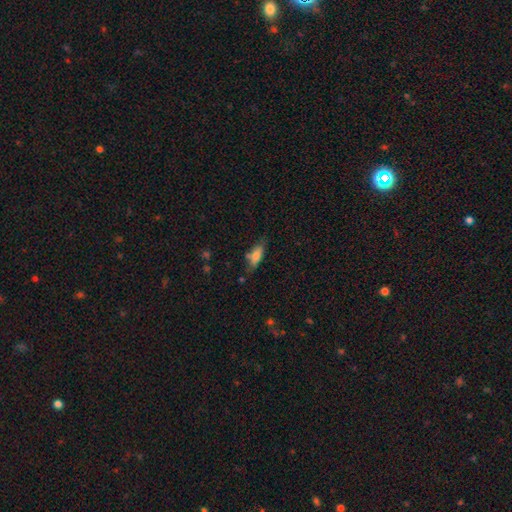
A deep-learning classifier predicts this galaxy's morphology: smooth_or_featured: smooth (p=0.73) [alt: featured or disk p=0.19]
how_rounded: in between (p=0.65) [alt: cigar-shaped p=0.33]
merging: none (p=0.63) [alt: minor disturbance p=0.24]